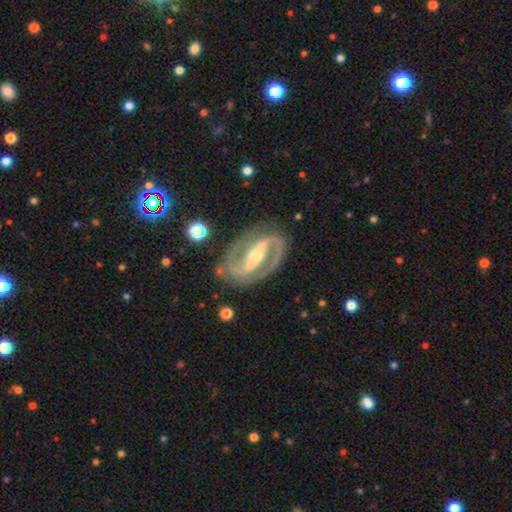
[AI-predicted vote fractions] This appears to be a featured or disk galaxy (93%) with a strong bar (77%), 2 (94%) medium (52%) spiral arms (97%) and a moderate central bulge (54%). Merging: none (84%).